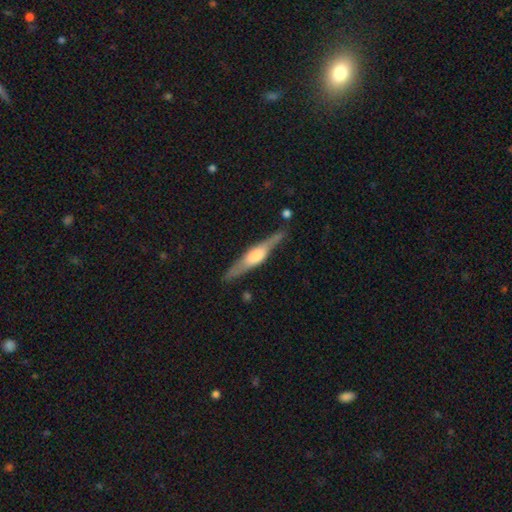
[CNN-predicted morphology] type=featured or disk (72%); edge-on=yes (96%); edge-on bulge=rounded (75%); merging=none (83%).